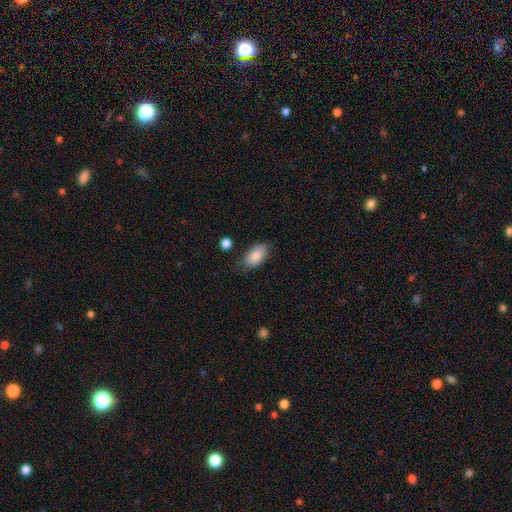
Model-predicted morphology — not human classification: type=smooth (85%); roundness=in between (93%); merging=none (75%).